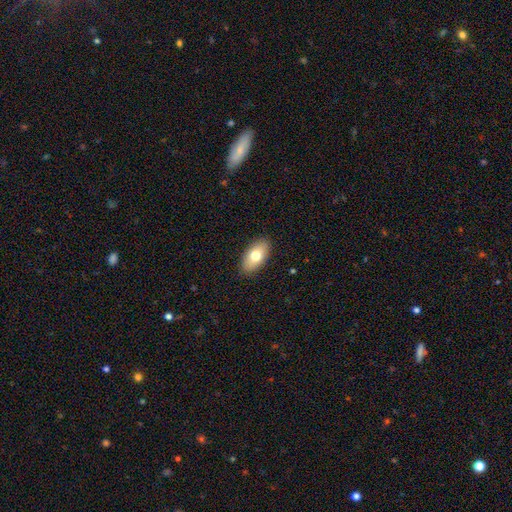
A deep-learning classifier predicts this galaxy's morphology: Smooth or featured? smooth (73%)
How rounded? in between (93%)
Merging? none (89%)